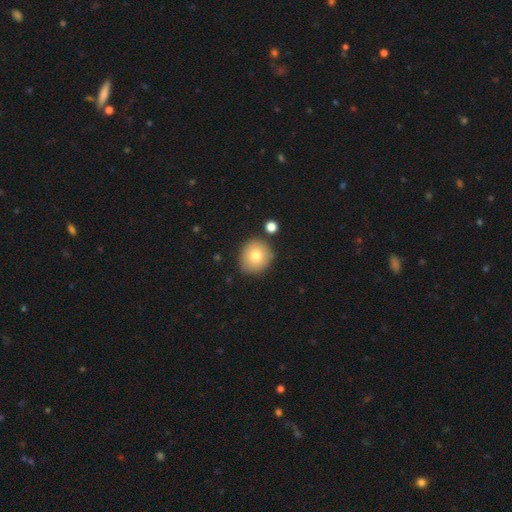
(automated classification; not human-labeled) smooth_or_featured: smooth (p=0.76) [alt: featured or disk p=0.14]
how_rounded: round (p=0.87) [alt: in between p=0.12]
merging: none (p=0.81) [alt: minor disturbance p=0.11]